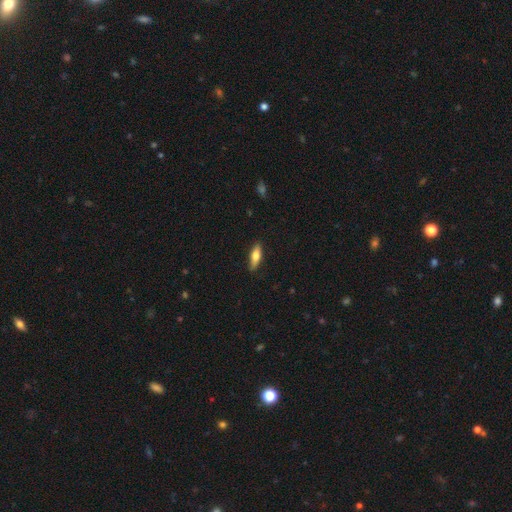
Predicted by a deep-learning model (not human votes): A smooth galaxy with no disk features (69%) that is in between round and cigar-shaped (55%). Merging: none (85%).